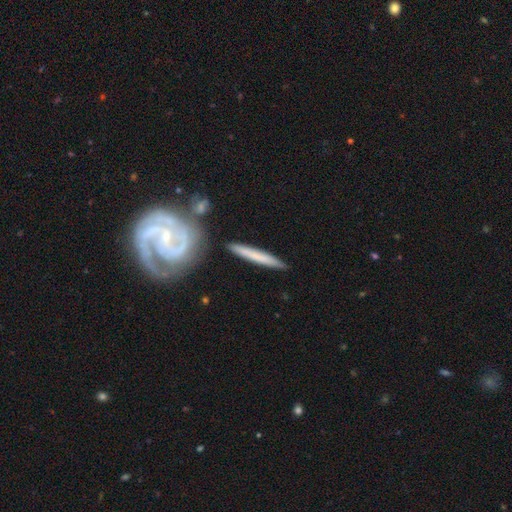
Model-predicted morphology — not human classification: smooth 47% (tied), featured or disk 47% (tied), star or artifact 6%. Down the decision tree: merging — none (83%).